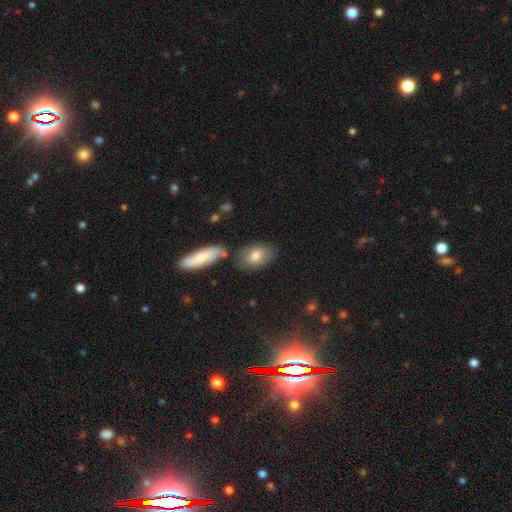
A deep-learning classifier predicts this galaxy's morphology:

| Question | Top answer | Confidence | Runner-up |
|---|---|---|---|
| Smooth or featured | smooth | 77% | featured or disk (15%) |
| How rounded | in between | 85% | round (11%) |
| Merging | none | 70% | minor disturbance (15%) |